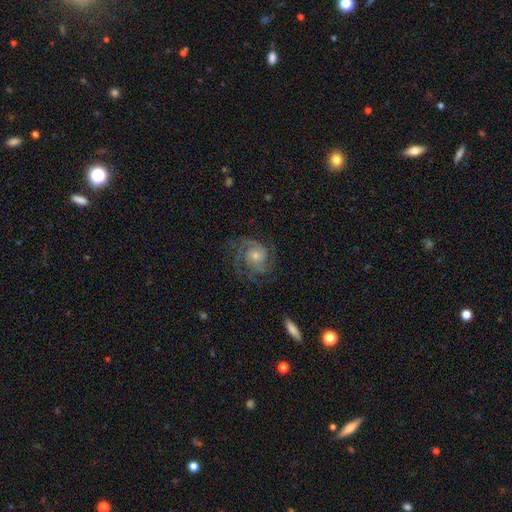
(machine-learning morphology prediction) The model was most divided on "spiral arm count": 3: 33%, 2: 27%, can't tell: 16%, 4: 12%, more than 4: 6%, 1: 6%. More confident: edge-on disk — no (98%); spiral arms — yes (97%); smooth or featured — featured or disk (87%); merging — none (74%); bar — no (74%); spiral winding — tight (59%); bulge size — small (57%).